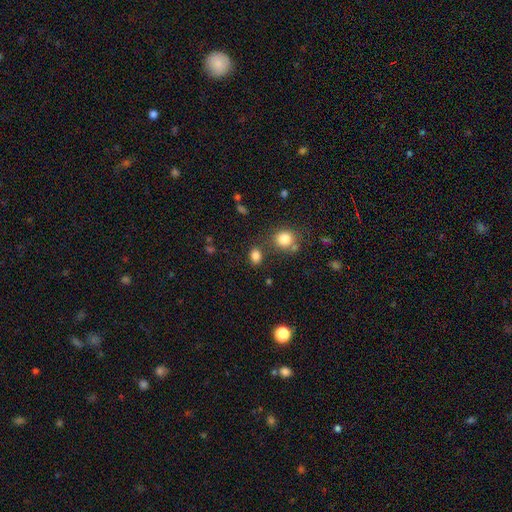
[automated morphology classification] Smooth or featured?
  - smooth: 83% *
  - star or artifact: 12%
  - featured or disk: 5%
How rounded?
  - in between: 66% *
  - round: 32%
  - cigar-shaped: 1%
Merging?
  - none: 74% *
  - minor disturbance: 12%
  - merger: 10%
  - major disturbance: 4%